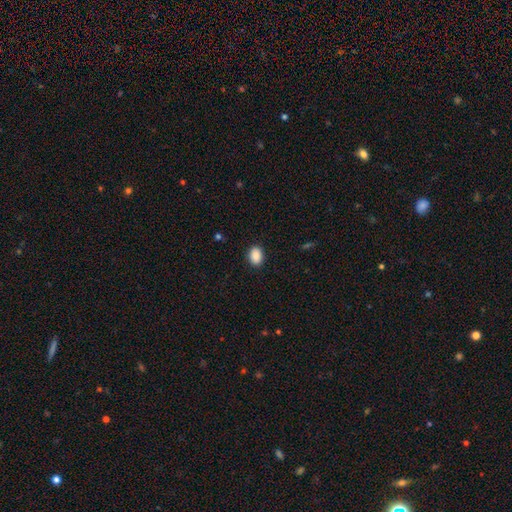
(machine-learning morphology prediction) smooth_or_featured: smooth (p=0.90) [alt: star or artifact p=0.08]
how_rounded: in between (p=0.77) [alt: round p=0.22]
merging: none (p=0.89) [alt: minor disturbance p=0.08]